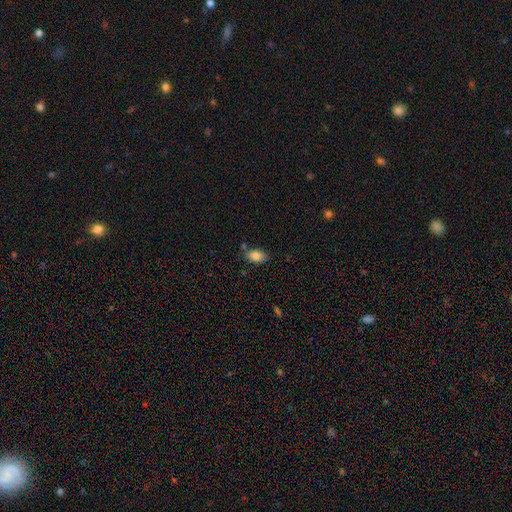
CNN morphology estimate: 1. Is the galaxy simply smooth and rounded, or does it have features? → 84% smooth, 8% star or artifact, 8% featured or disk.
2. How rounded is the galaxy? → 88% in between, 10% round, 2% cigar-shaped.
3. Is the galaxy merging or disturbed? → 71% none, 17% minor disturbance, 8% merger, 4% major disturbance.